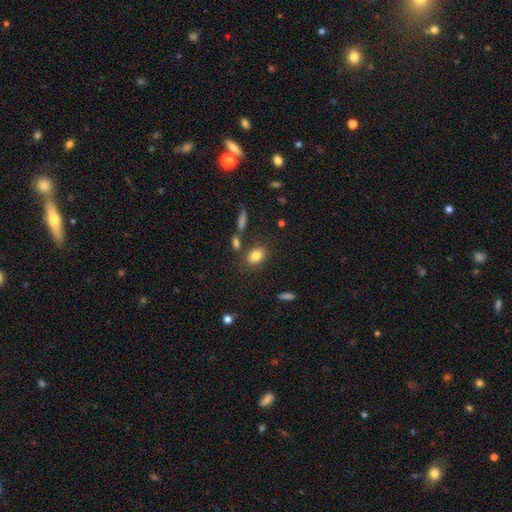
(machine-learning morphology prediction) The model was most divided on "how rounded": in between: 76%, round: 22%, cigar-shaped: 2%. More confident: smooth or featured — smooth (82%); merging — none (76%).